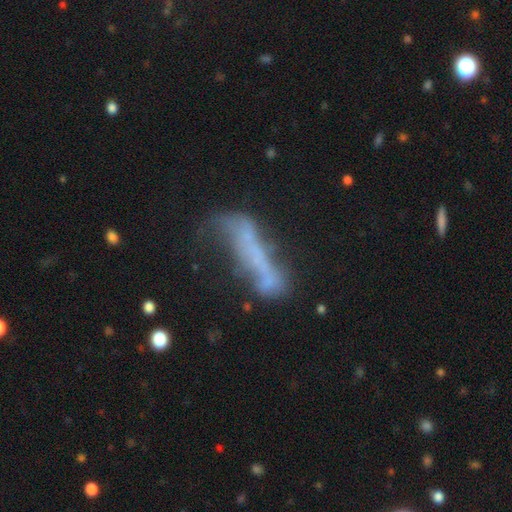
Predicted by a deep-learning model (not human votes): Smooth or featured: featured or disk — 50% (smooth — 36%)
Merging: none — 32% (major disturbance — 28%)